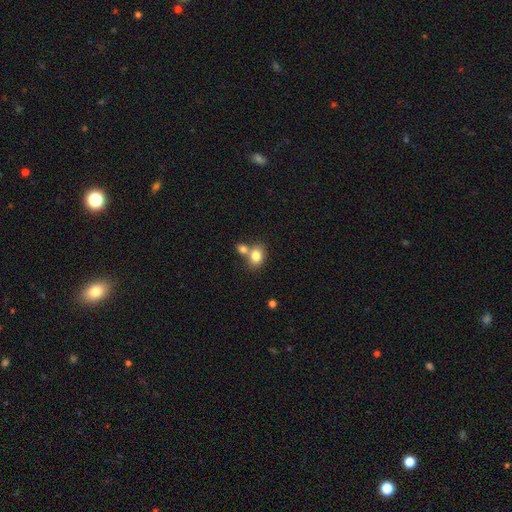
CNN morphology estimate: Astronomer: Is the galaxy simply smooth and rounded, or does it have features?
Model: smooth — 81%.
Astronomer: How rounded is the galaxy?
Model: in between — 60% (runner-up: round, 39%).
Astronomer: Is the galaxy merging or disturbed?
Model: none — 43%, tied with merger at 43%.